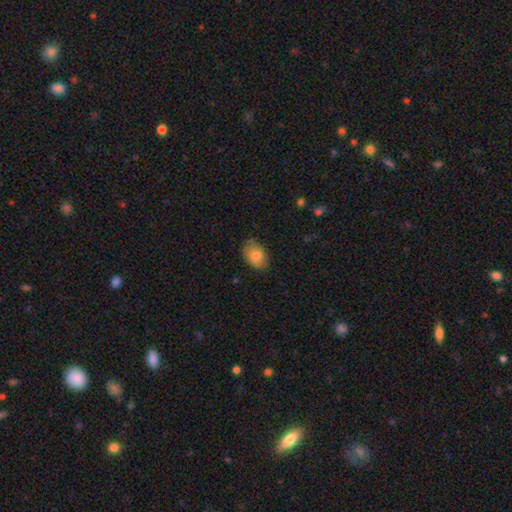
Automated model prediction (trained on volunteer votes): Smooth or featured: smooth — 83% (featured or disk — 9%)
How rounded: in between — 81% (round — 18%)
Merging: none — 78% (minor disturbance — 17%)